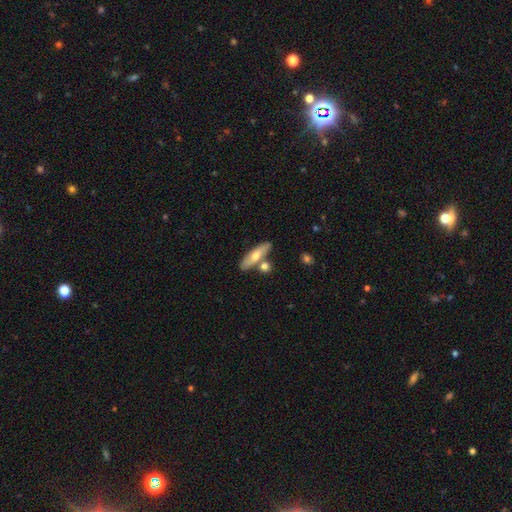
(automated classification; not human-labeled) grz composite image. It shows a smooth galaxy with no disk features (54%) that is cigar-shaped (61%). Merging: none (70%).